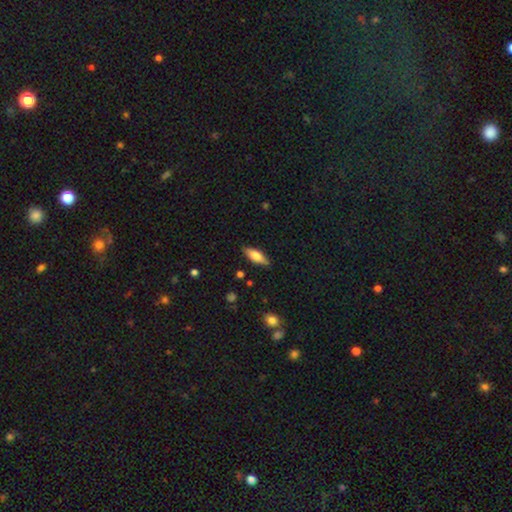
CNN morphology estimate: A smooth galaxy with no disk features (68%) that is in between round and cigar-shaped (61%). Merging: none (86%).